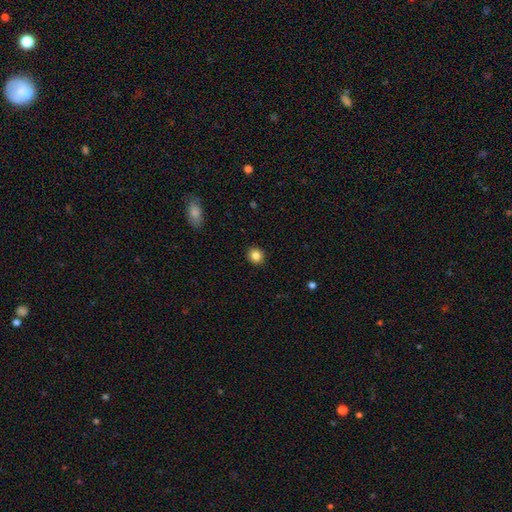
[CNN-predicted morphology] Smooth or featured? Predicted: smooth (p=0.85). How rounded? Predicted: round (p=0.83). Merging? Predicted: none (p=0.91).